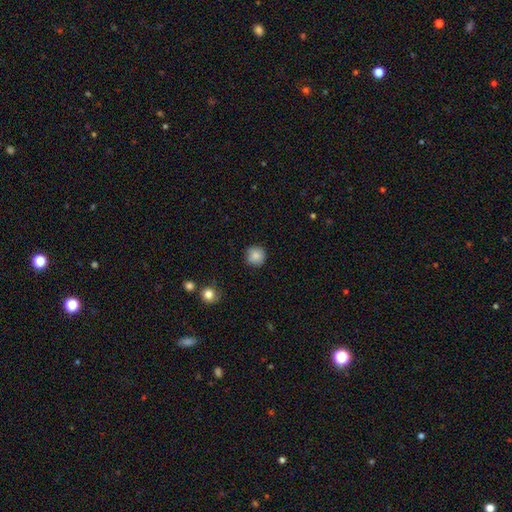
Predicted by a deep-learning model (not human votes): Smooth or featured: smooth — 85% (star or artifact — 9%)
How rounded: round — 94% (in between — 6%)
Merging: none — 85% (minor disturbance — 11%)